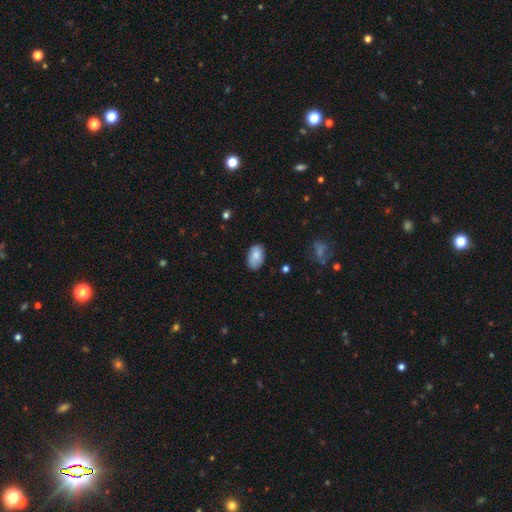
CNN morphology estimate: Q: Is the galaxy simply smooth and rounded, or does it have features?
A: smooth — 80%.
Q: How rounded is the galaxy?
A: in between — 91%.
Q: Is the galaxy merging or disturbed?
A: none — 72%.